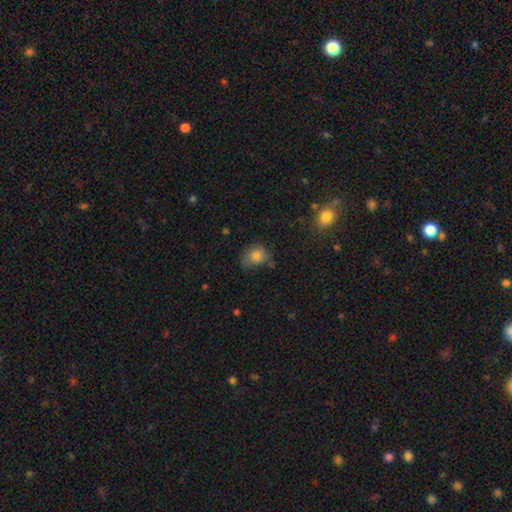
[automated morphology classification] smooth_or_featured: smooth (p=0.79) [alt: star or artifact p=0.11]
how_rounded: round (p=0.54) [alt: in between p=0.45]
merging: none (p=0.50) [alt: minor disturbance p=0.33]